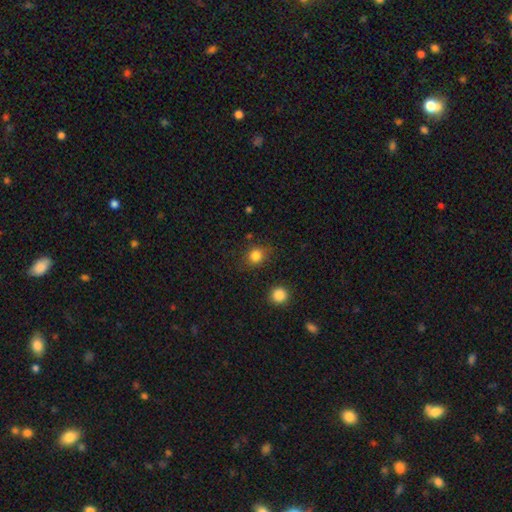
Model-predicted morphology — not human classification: Q: Smooth or featured?
A: smooth (83%); runner-up: star or artifact (12%)
Q: How rounded?
A: round (75%); runner-up: in between (24%)
Q: Merging?
A: none (78%); runner-up: minor disturbance (14%)